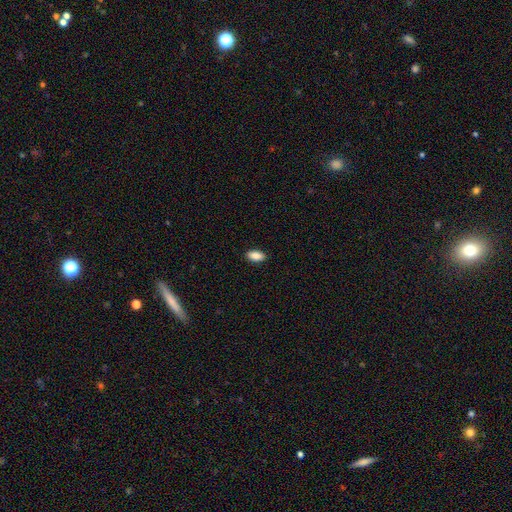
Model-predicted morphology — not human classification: Q: Smooth or featured?
A: smooth (89%); runner-up: star or artifact (7%)
Q: How rounded?
A: in between (92%); runner-up: cigar-shaped (5%)
Q: Merging?
A: none (89%); runner-up: minor disturbance (8%)